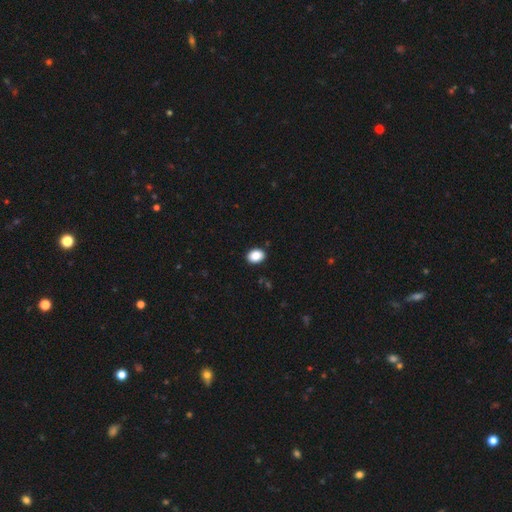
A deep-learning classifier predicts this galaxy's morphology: Overall: smooth (88%). How rounded: in between (70%). Merging: none (90%).